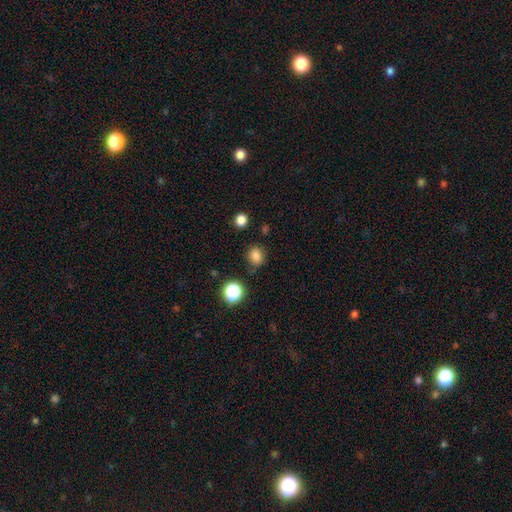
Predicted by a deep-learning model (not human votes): Smooth or featured?
  - smooth: 81% *
  - star or artifact: 14%
  - featured or disk: 5%
How rounded?
  - round: 68% *
  - in between: 31%
  - cigar-shaped: 1%
Merging?
  - none: 80% *
  - minor disturbance: 13%
  - major disturbance: 4%
  - merger: 3%